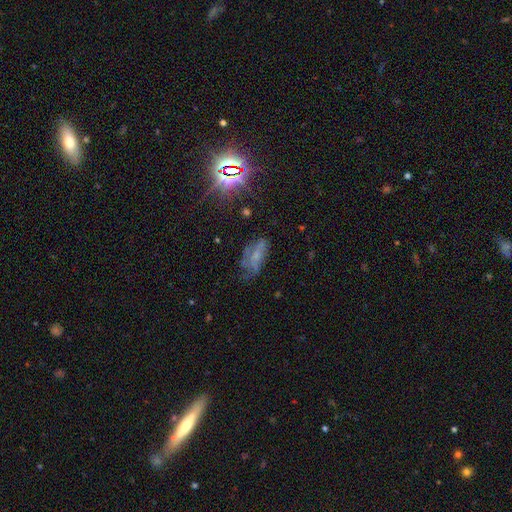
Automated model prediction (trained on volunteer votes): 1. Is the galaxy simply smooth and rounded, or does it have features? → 44% featured or disk, 30% smooth, 26% star or artifact.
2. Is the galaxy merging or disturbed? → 47% none, 27% minor disturbance, 23% major disturbance, 3% merger.